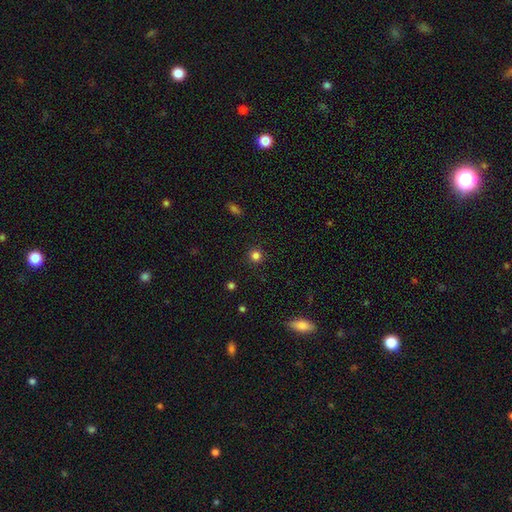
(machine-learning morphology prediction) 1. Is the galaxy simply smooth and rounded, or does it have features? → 82% smooth, 14% star or artifact, 4% featured or disk.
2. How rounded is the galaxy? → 94% round, 5% in between, 1% cigar-shaped.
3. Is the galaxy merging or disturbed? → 91% none, 6% minor disturbance, 2% major disturbance, 1% merger.